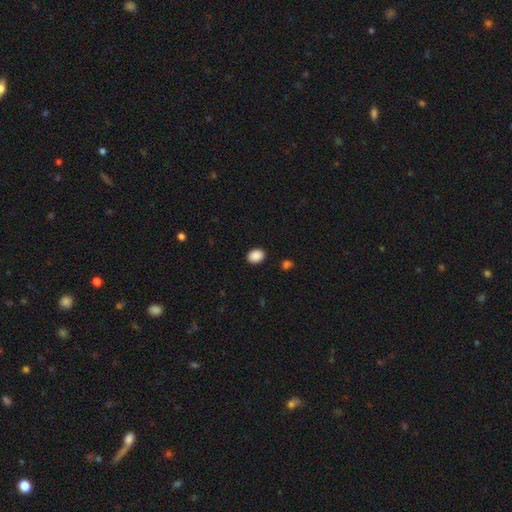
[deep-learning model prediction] Morphology: type=smooth (89%); roundness=in between (61%); merging=none (90%).